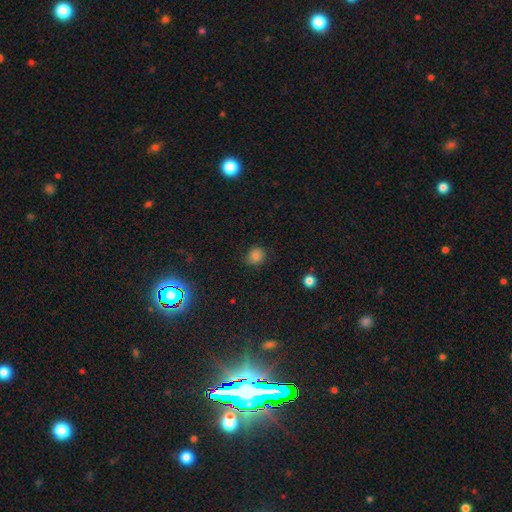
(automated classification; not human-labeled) smooth_or_featured: smooth (p=0.78) [alt: star or artifact p=0.13]
how_rounded: round (p=0.77) [alt: in between p=0.22]
merging: none (p=0.75) [alt: minor disturbance p=0.19]